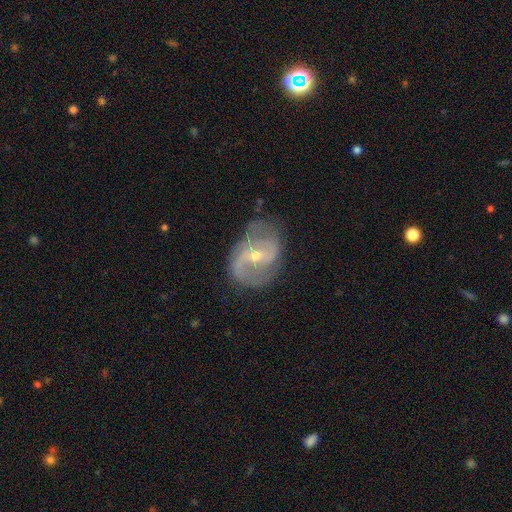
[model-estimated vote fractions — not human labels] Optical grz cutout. It shows a featured or disk galaxy (82%) with a weak bar (52%), 2 (76%) medium (46%) spiral arms (90%) and a small central bulge (48%, tied with moderate). Merging: none (61%).